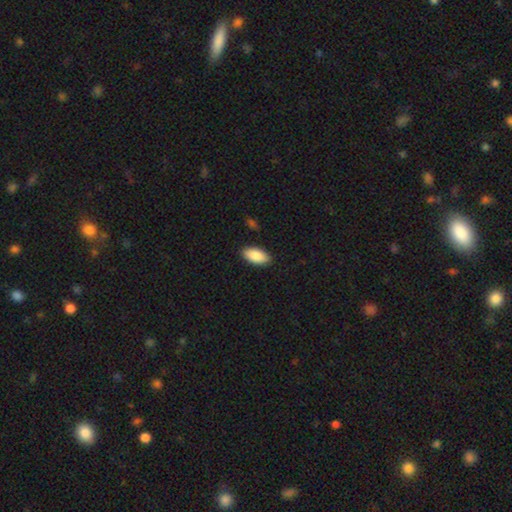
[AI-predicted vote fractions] The model was most divided on "merging": none: 89%, minor disturbance: 8%, major disturbance: 2%, merger: 1%. More confident: how rounded — in between (94%); smooth or featured — smooth (89%).